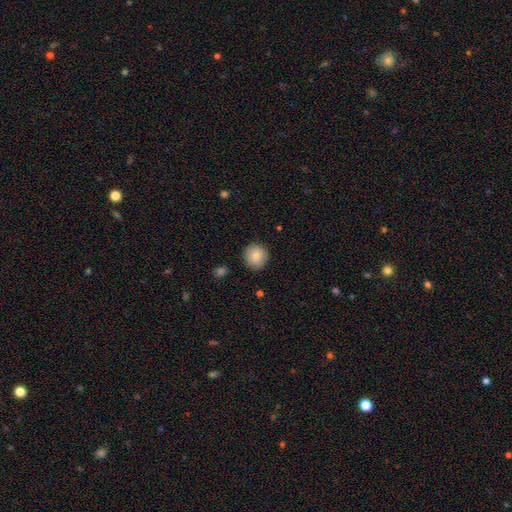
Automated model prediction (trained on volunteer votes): smooth-or-featured: smooth: 85% | star or artifact: 8% | featured or disk: 7%
  how-rounded: round: 92% | in between: 7% | cigar-shaped: 1%
  merging: none: 89% | minor disturbance: 8% | major disturbance: 2% | merger: 1%